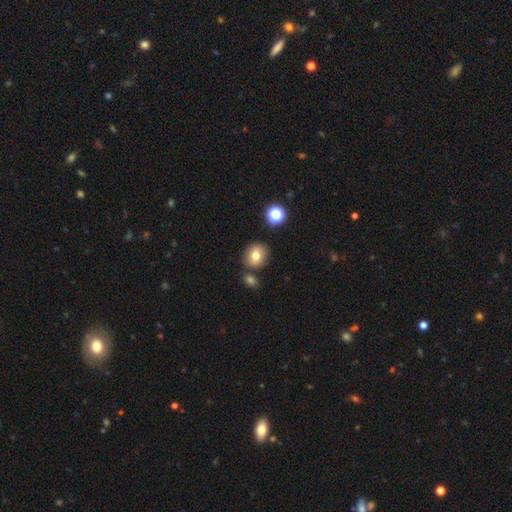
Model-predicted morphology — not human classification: Smooth or featured? Predicted: smooth (p=0.77). How rounded? Predicted: round (p=0.73). Merging? Predicted: none (p=0.76).